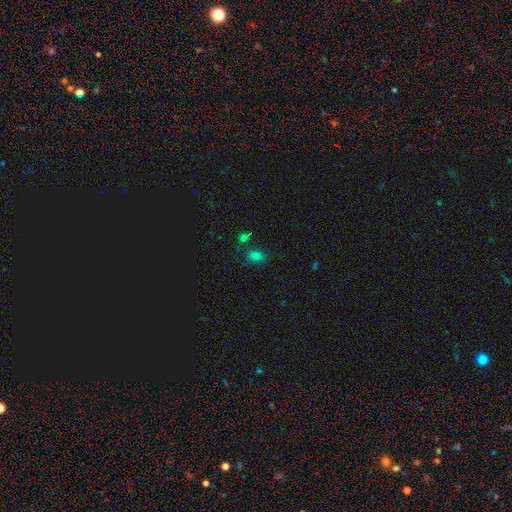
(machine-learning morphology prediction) type=smooth (69%); roundness=in between (77%); merging=none (64%).